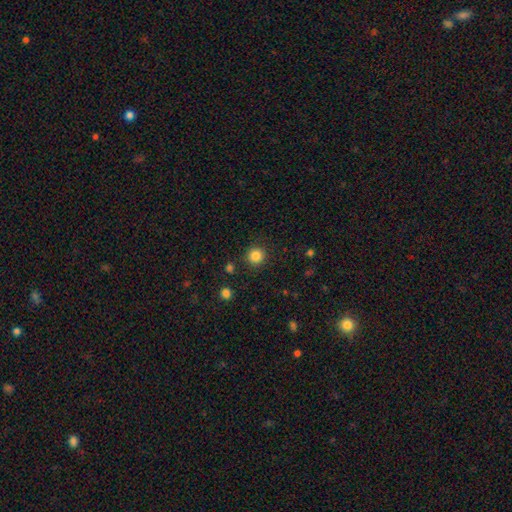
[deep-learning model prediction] Overall: smooth (85%). How rounded: round (94%). Merging: none (90%).